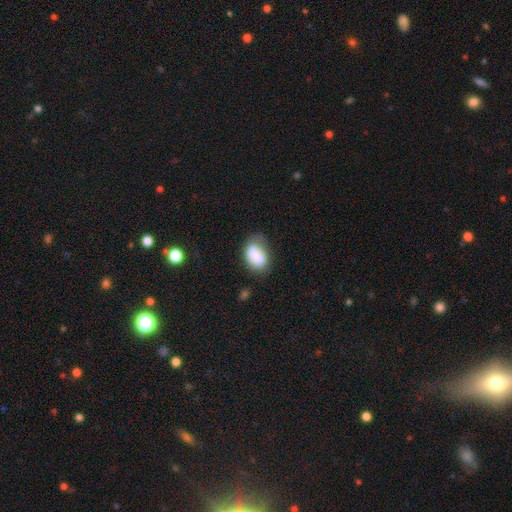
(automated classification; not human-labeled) Q: Smooth or featured?
A: smooth (86%); runner-up: star or artifact (8%)
Q: How rounded?
A: in between (85%); runner-up: round (14%)
Q: Merging?
A: none (52%); runner-up: minor disturbance (32%)